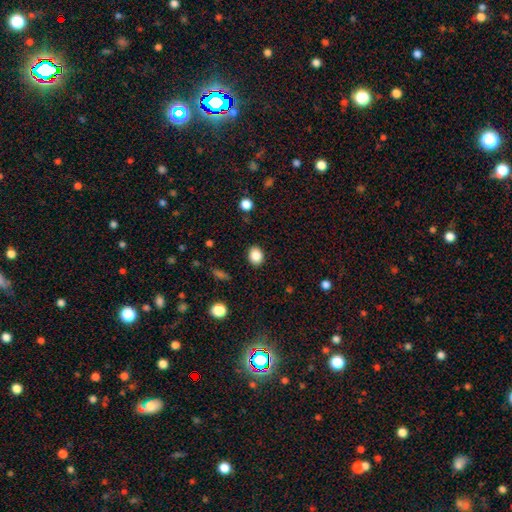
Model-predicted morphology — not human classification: smooth 86%, star or artifact 9%, featured or disk 5%. Down the decision tree: how rounded — in between (52%); merging — none (89%).